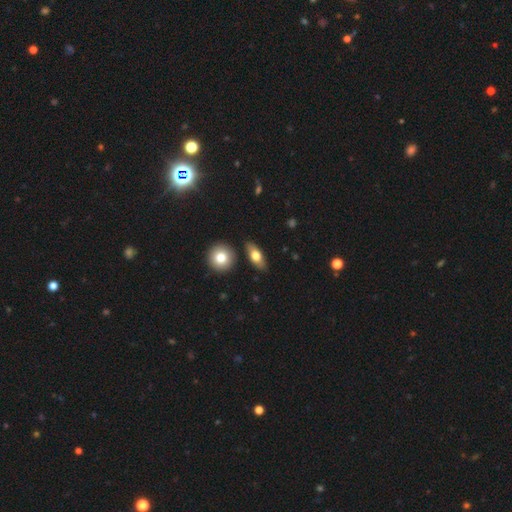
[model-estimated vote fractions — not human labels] Morphology: type=smooth (67%); roundness=in between (74%); merging=none (82%).